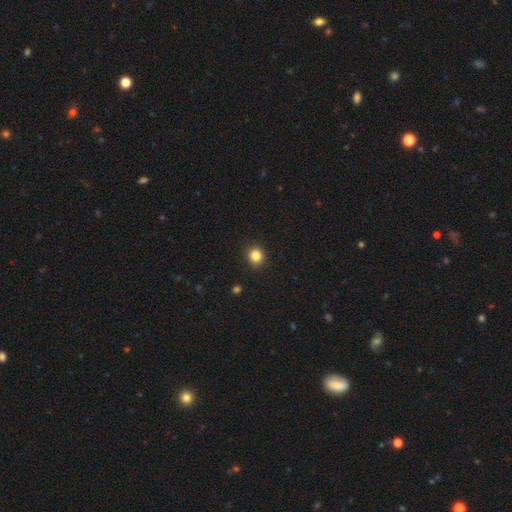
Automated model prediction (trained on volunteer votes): Smooth or featured: smooth — 84% (star or artifact — 12%)
How rounded: round — 87% (in between — 12%)
Merging: none — 91% (minor disturbance — 6%)